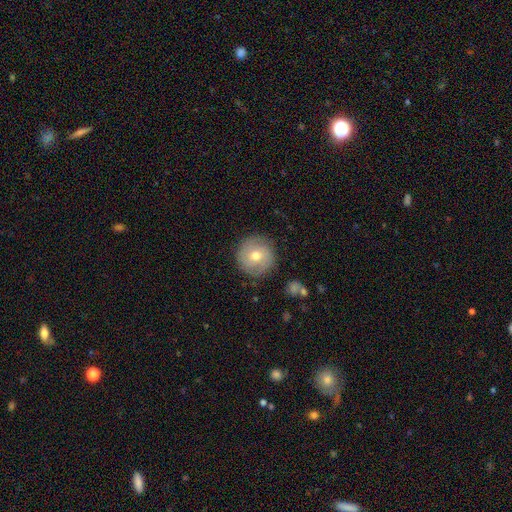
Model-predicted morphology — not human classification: Q: Smooth or featured?
A: smooth (59%); runner-up: featured or disk (33%)
Q: How rounded?
A: round (95%); runner-up: in between (4%)
Q: Merging?
A: none (84%); runner-up: minor disturbance (11%)